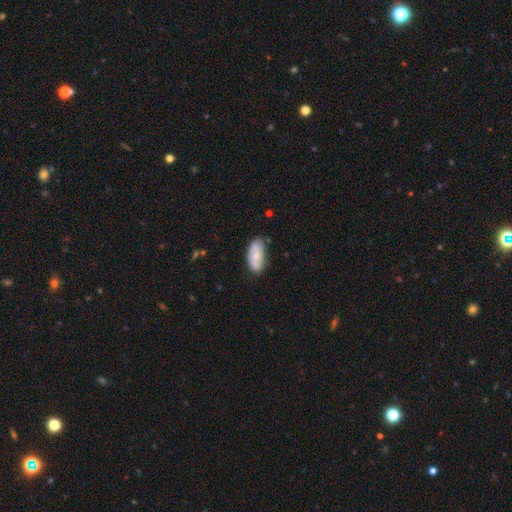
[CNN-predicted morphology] smooth-or-featured: smooth: 60% | featured or disk: 34% | star or artifact: 6%
  how-rounded: in between: 90% | cigar-shaped: 8% | round: 3%
  merging: none: 72% | minor disturbance: 20% | major disturbance: 4% | merger: 4%